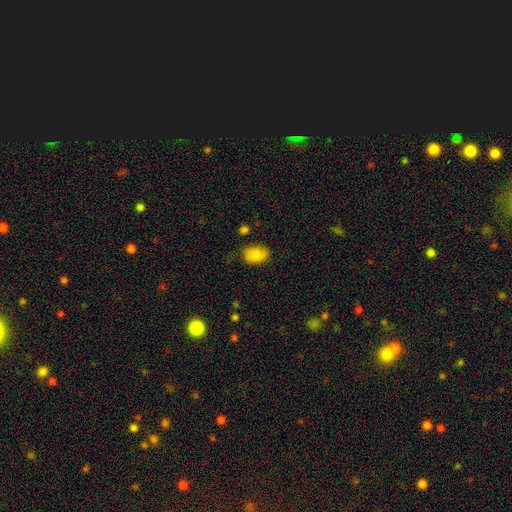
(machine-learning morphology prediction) smooth 82%, featured or disk 11%, star or artifact 8%. Down the decision tree: how rounded — in between (80%); merging — none (71%).